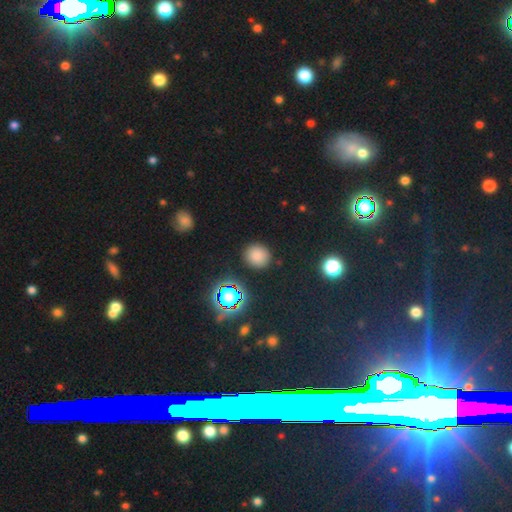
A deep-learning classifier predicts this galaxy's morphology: smooth 76%, star or artifact 18%, featured or disk 6%. Down the decision tree: how rounded — round (88%); merging — none (88%).